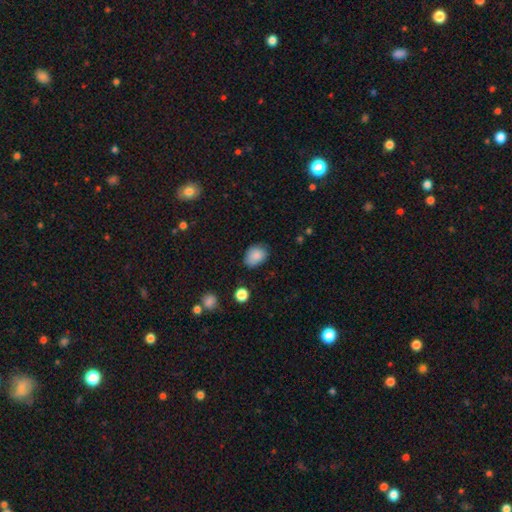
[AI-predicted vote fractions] Smooth or featured? Predicted: smooth (p=0.86). How rounded? Predicted: in between (p=0.70). Merging? Predicted: none (p=0.71).